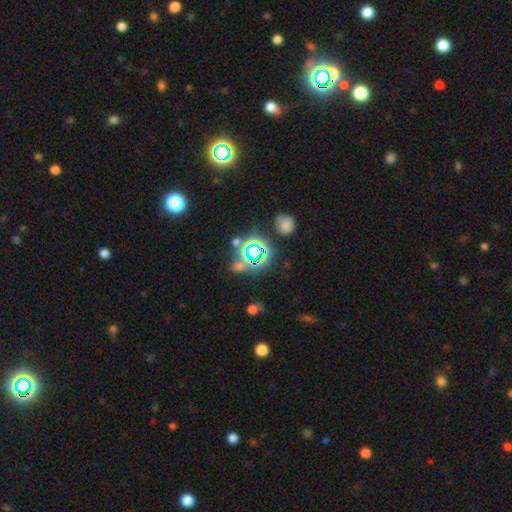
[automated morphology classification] Smooth or featured: star or artifact — 54% (smooth — 34%)